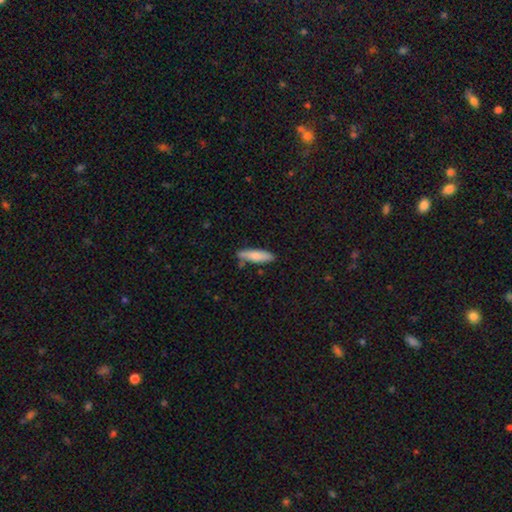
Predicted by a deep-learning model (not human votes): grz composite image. It shows a smooth galaxy with no disk features (78%) that is cigar-shaped (69%). Merging: none (77%).